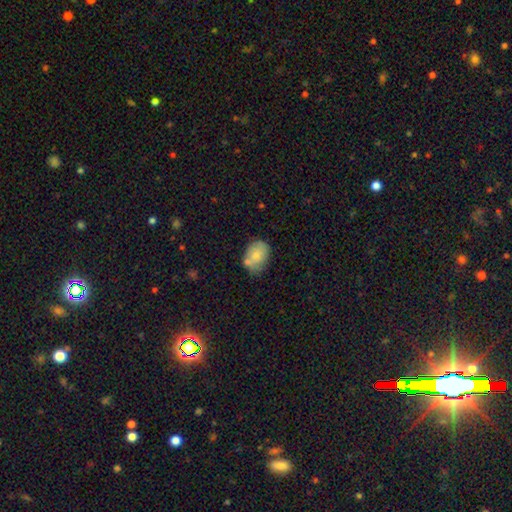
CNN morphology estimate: smooth-or-featured: smooth: 75% | featured or disk: 18% | star or artifact: 7%
  how-rounded: in between: 71% | round: 28% | cigar-shaped: 1%
  merging: none: 54% | minor disturbance: 25% | merger: 15% | major disturbance: 6%